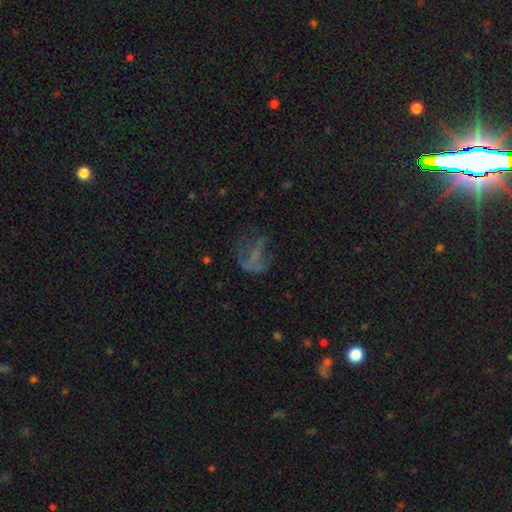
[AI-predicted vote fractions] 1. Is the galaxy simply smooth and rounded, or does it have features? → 42% featured or disk, 29% star or artifact, 29% smooth.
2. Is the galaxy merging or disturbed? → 41% major disturbance, 37% none, 17% minor disturbance, 4% merger.